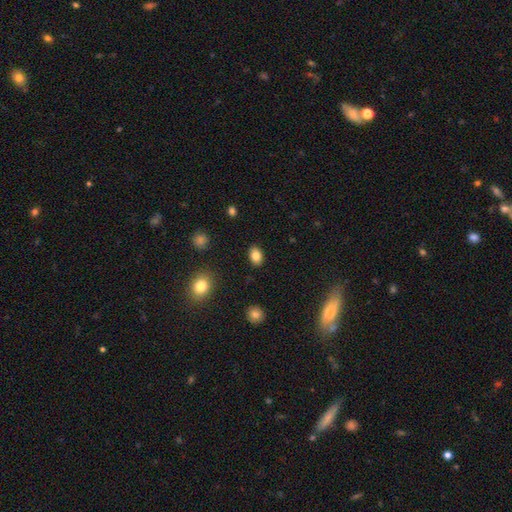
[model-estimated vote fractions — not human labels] Q: Smooth or featured?
A: smooth (84%); runner-up: star or artifact (9%)
Q: How rounded?
A: in between (79%); runner-up: round (20%)
Q: Merging?
A: none (88%); runner-up: minor disturbance (8%)